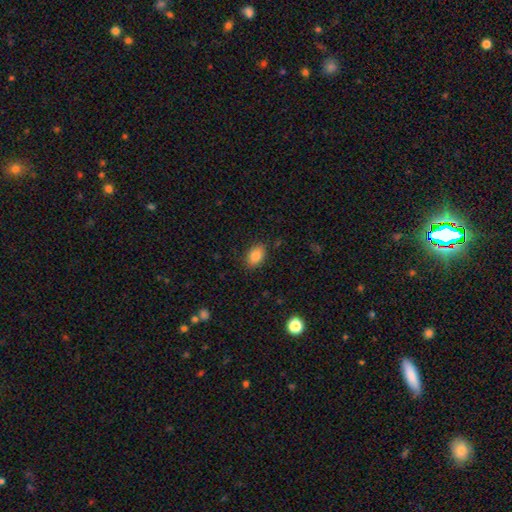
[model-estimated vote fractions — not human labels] Overall: smooth (86%). How rounded: in between (84%). Merging: none (84%).